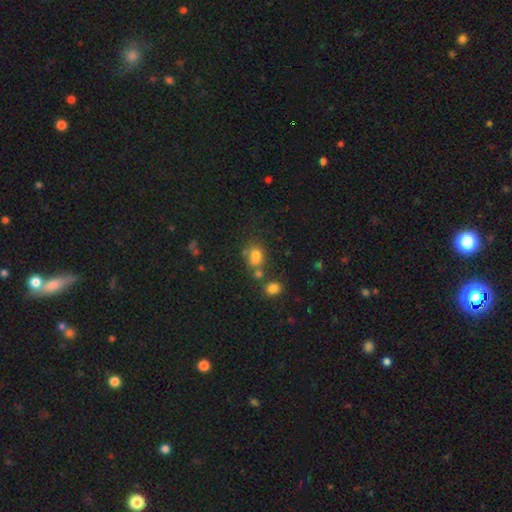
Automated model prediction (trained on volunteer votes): A smooth galaxy with no disk features (74%) that is in between round and cigar-shaped (52%). Merging: none (47%).